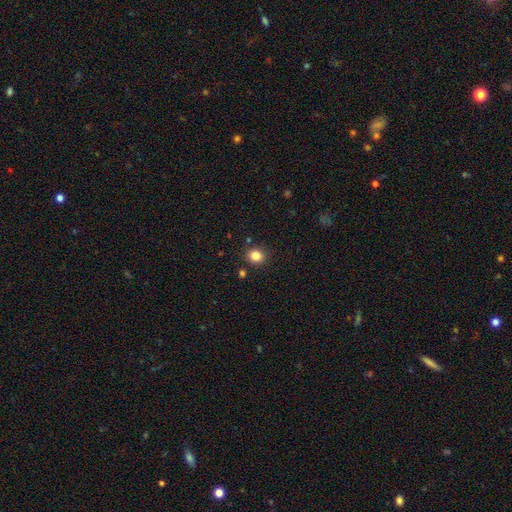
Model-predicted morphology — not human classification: Smooth or featured? Predicted: smooth (p=0.83). How rounded? Predicted: round (p=0.75). Merging? Predicted: none (p=0.88).